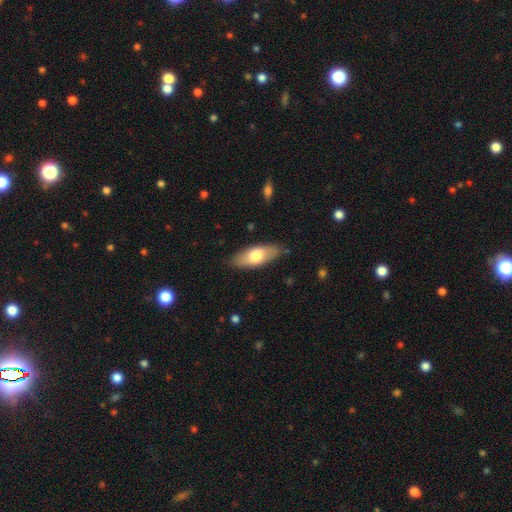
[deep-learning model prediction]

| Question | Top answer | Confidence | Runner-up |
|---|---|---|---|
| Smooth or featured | smooth | 69% | featured or disk (26%) |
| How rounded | in between | 76% | cigar-shaped (22%) |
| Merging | none | 84% | minor disturbance (12%) |